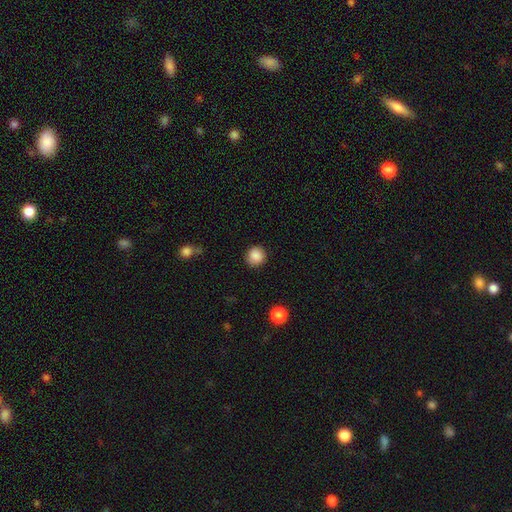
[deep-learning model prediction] A smooth galaxy with no disk features (88%) that is round (91%).

Vote fractions:
- Smooth or featured? smooth: 88% / star or artifact: 9% / featured or disk: 3%
- How rounded? round: 91% / in between: 9% / cigar-shaped: 1%
- Merging? none: 88% / minor disturbance: 8% / major disturbance: 2% / merger: 1%